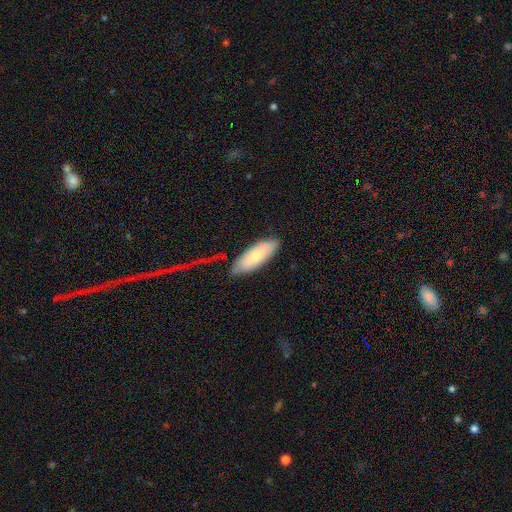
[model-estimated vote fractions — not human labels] The model was most divided on "smooth or featured": smooth: 70%, featured or disk: 24%, star or artifact: 6%. More confident: how rounded — in between (73%); merging — none (72%).